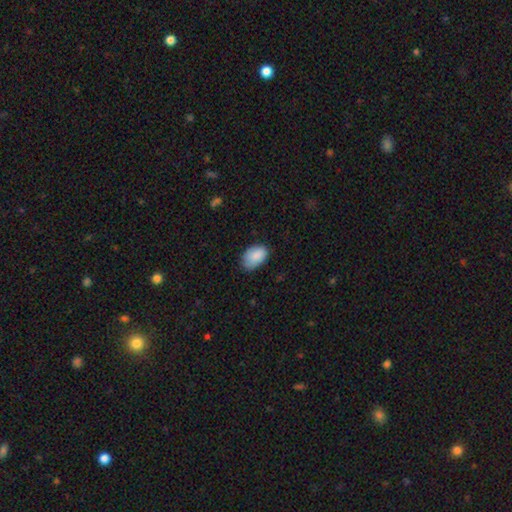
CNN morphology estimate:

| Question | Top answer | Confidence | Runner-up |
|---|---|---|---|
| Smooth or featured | smooth | 87% | star or artifact (7%) |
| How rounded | in between | 90% | round (9%) |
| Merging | none | 67% | minor disturbance (27%) |